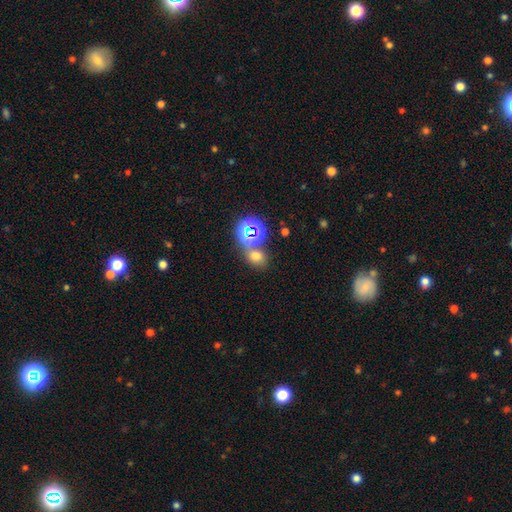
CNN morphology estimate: Smooth or featured: smooth — 64% (star or artifact — 27%)
How rounded: round — 51% (in between — 47%)
Merging: none — 60% (merger — 24%)